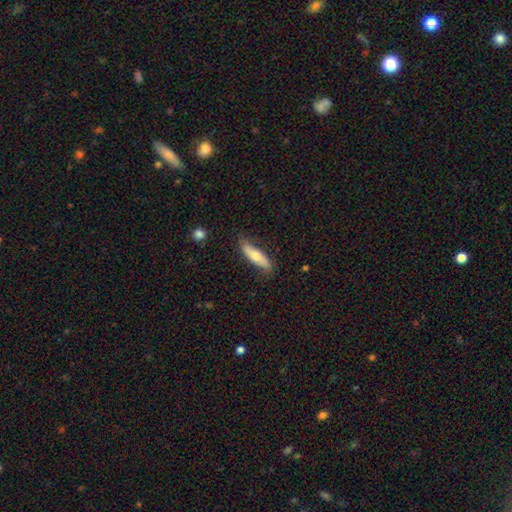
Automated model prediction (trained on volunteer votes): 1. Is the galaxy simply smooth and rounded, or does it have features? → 60% smooth, 35% featured or disk, 5% star or artifact.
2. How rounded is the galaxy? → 66% cigar-shaped, 32% in between, 2% round.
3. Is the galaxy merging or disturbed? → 76% none, 19% minor disturbance, 4% major disturbance, 2% merger.